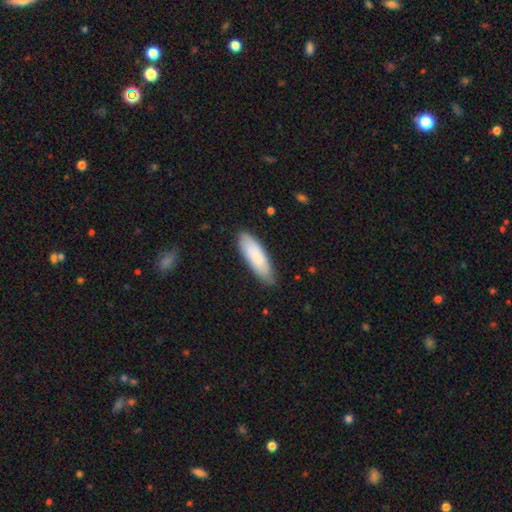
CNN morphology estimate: Smooth or featured: smooth — 83% (featured or disk — 12%)
How rounded: in between — 55% (cigar-shaped — 44%)
Merging: none — 82% (minor disturbance — 14%)